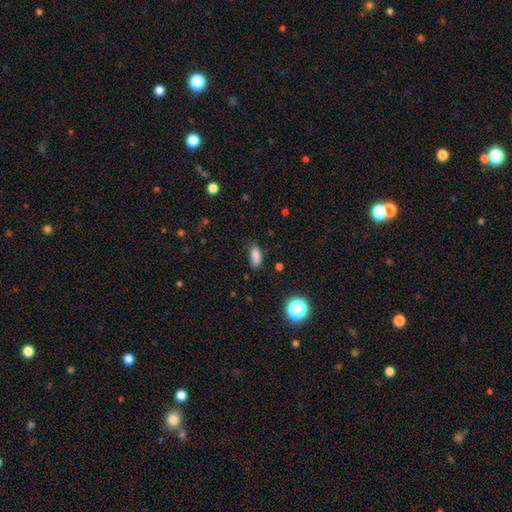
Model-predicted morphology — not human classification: This appears to be a smooth galaxy with no disk features (83%) that is in between round and cigar-shaped (77%). Merging: none (72%).